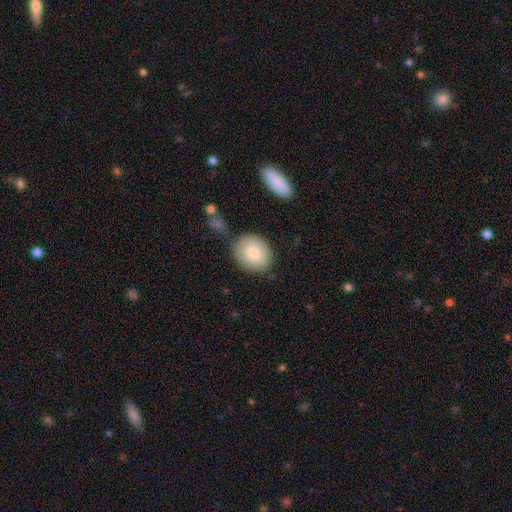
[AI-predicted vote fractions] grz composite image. It shows a smooth galaxy with no disk features (82%) that is round (68%). Merging: none (72%).